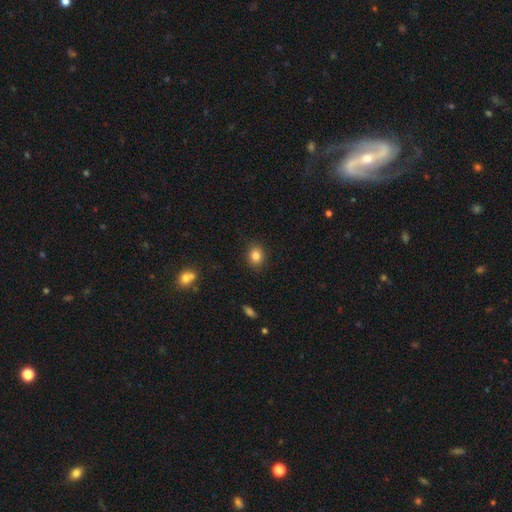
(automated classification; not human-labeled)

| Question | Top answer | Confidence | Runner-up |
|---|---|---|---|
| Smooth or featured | smooth | 85% | star or artifact (10%) |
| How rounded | round | 61% | in between (38%) |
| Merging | none | 89% | minor disturbance (8%) |